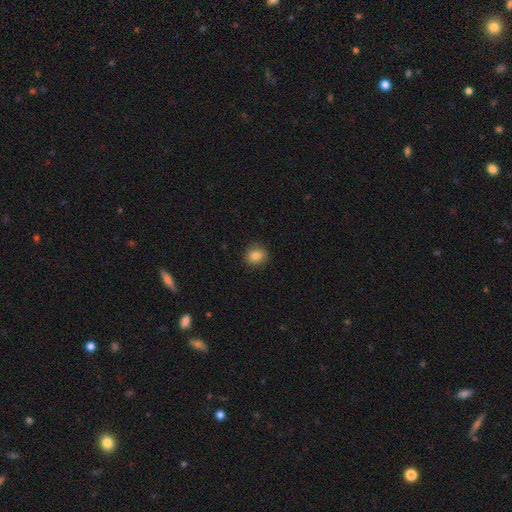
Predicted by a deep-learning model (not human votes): Smooth or featured? Predicted: smooth (p=0.83). How rounded? Predicted: round (p=0.77). Merging? Predicted: none (p=0.89).